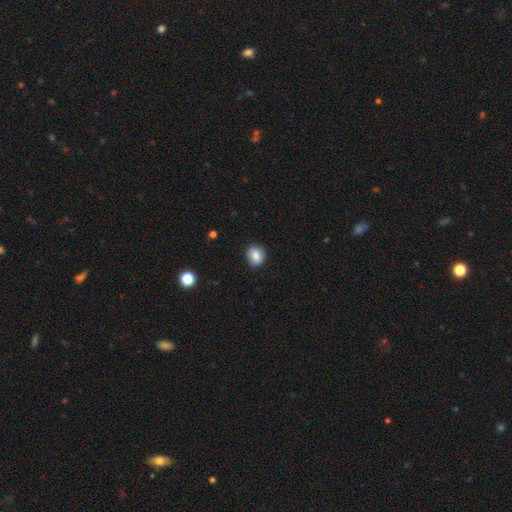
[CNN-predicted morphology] Smooth or featured? Predicted: smooth (p=0.83). How rounded? Predicted: round (p=0.68). Merging? Predicted: none (p=0.85).